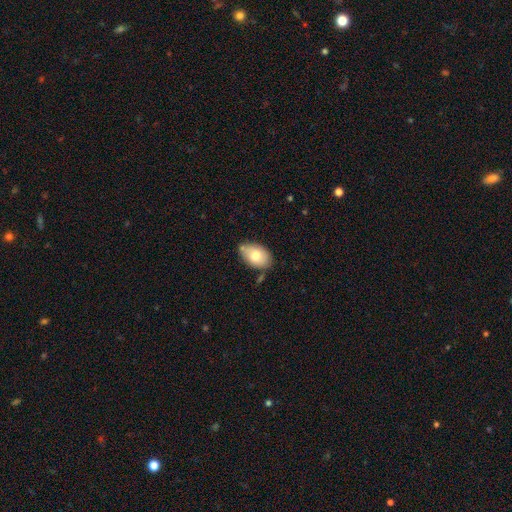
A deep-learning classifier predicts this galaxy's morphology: type=smooth (75%); roundness=in between (88%); merging=none (66%).